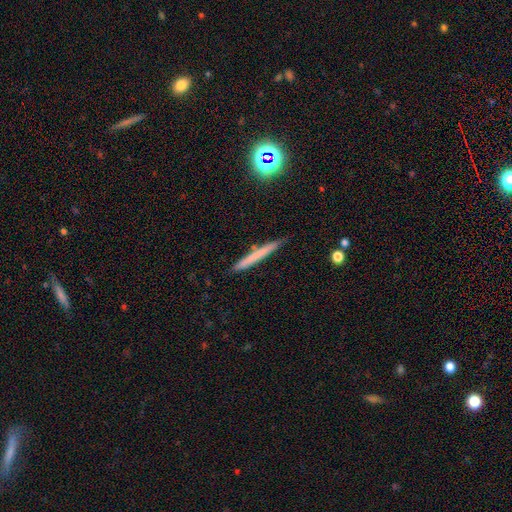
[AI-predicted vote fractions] Smooth or featured?
  - smooth: 62% *
  - featured or disk: 30%
  - star or artifact: 8%
How rounded?
  - cigar-shaped: 96% *
  - in between: 2%
  - round: 1%
Merging?
  - none: 88% *
  - minor disturbance: 9%
  - major disturbance: 2%
  - merger: 1%